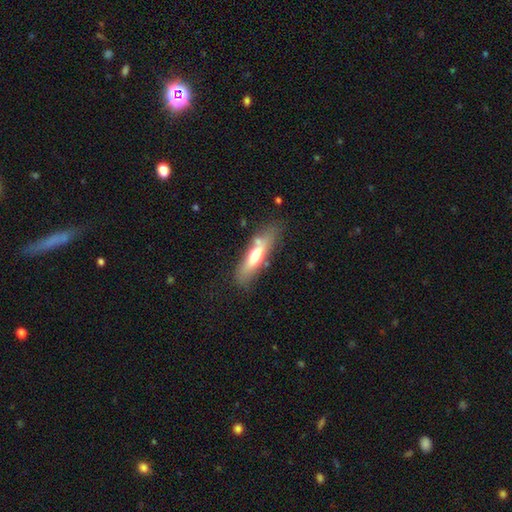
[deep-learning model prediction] Morphology: type=smooth (57%); roundness=cigar-shaped (68%); merging=none (65%).